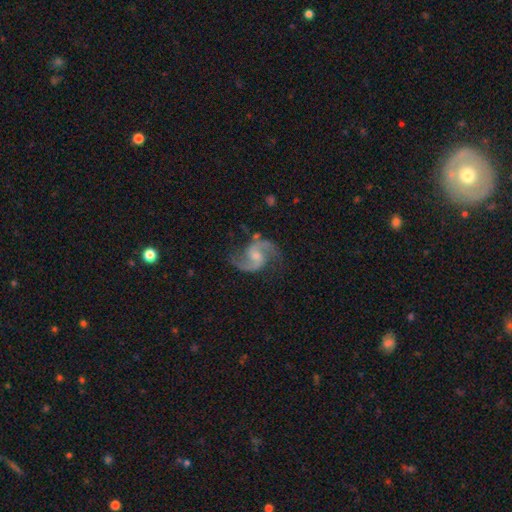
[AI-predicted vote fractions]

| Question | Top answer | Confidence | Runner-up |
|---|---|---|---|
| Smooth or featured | featured or disk | 92% | star or artifact (4%) |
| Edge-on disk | no | 98% | yes (2%) |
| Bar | weak | 50% | no (39%) |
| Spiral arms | yes | 98% | no (2%) |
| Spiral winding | medium | 53% | loose (39%) |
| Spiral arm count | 2 | 94% | can't tell (2%) |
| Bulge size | moderate | 40% | small (36%) |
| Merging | none | 78% | minor disturbance (14%) |